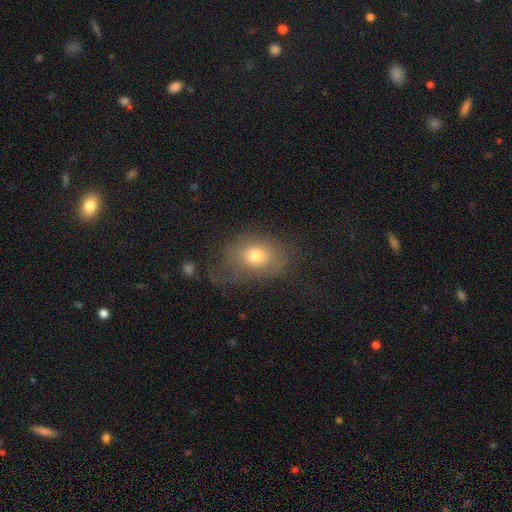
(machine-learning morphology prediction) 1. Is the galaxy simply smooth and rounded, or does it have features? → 71% smooth, 18% featured or disk, 11% star or artifact.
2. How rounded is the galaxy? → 68% in between, 31% round, 1% cigar-shaped.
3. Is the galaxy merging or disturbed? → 48% none, 25% minor disturbance, 24% major disturbance, 3% merger.